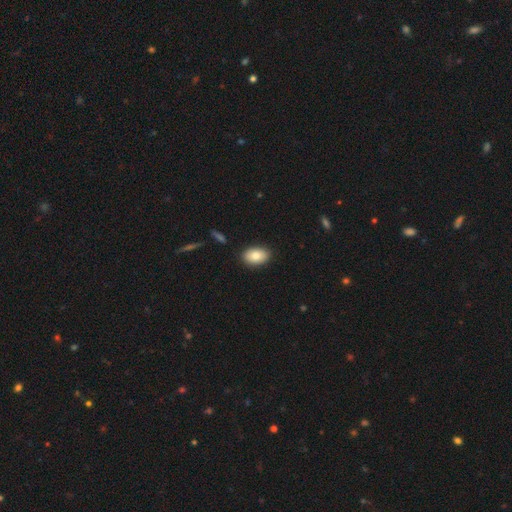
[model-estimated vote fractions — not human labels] A smooth galaxy with no disk features (82%) that is in between round and cigar-shaped (90%). Merging: none (88%).